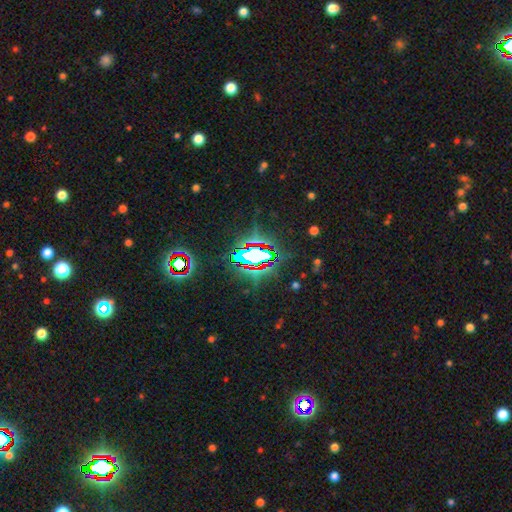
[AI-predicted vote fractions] Smooth or featured? star or artifact (76%)